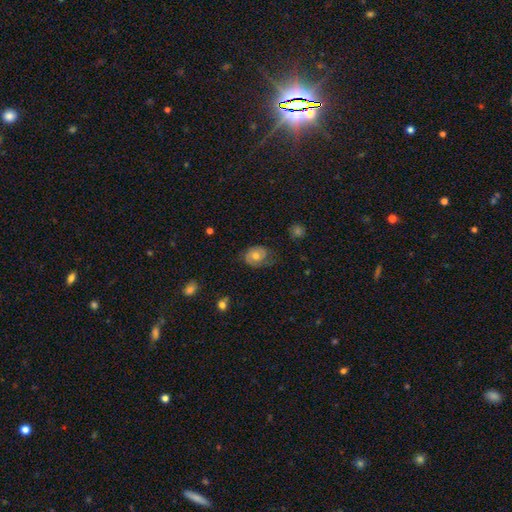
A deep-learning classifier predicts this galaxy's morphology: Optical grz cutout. It shows a featured or disk galaxy (50%). Merging: none (58%).